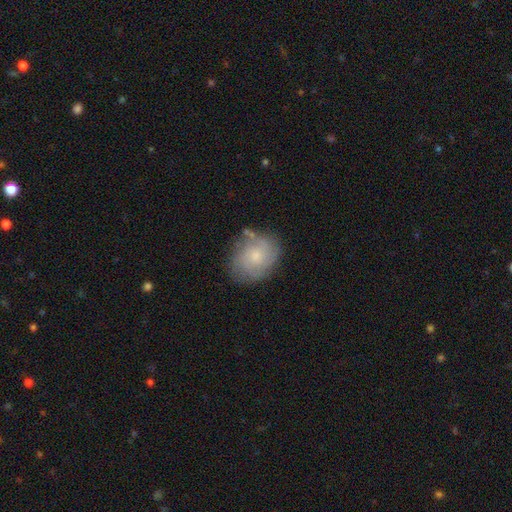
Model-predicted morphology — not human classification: Smooth or featured?
  - smooth: 48% *
  - featured or disk: 44%
  - star or artifact: 8%
Merging?
  - none: 69% *
  - minor disturbance: 21%
  - major disturbance: 6%
  - merger: 3%